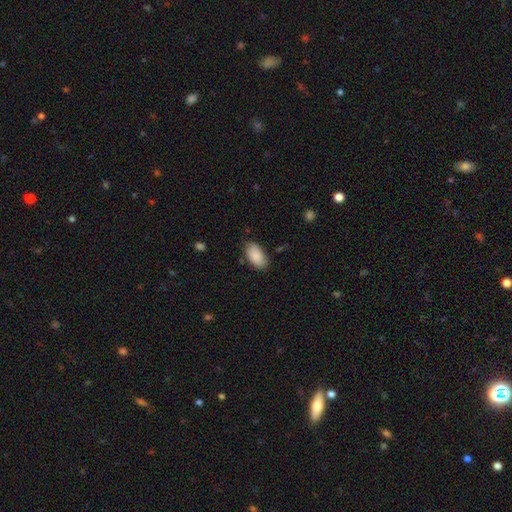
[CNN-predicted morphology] Smooth or featured?
  - smooth: 89% *
  - star or artifact: 6%
  - featured or disk: 5%
How rounded?
  - in between: 95% *
  - round: 3%
  - cigar-shaped: 2%
Merging?
  - none: 80% *
  - minor disturbance: 15%
  - major disturbance: 3%
  - merger: 2%